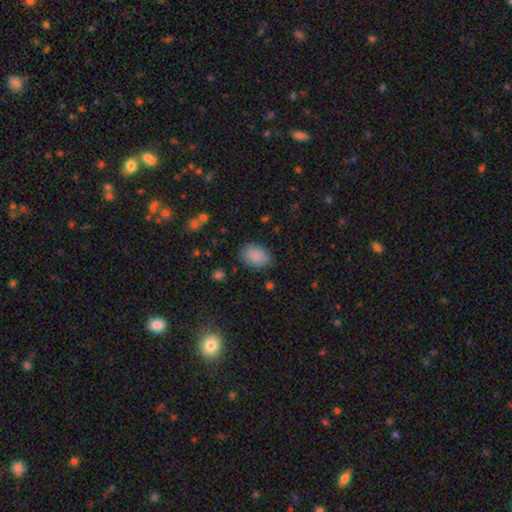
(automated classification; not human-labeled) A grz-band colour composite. It shows a smooth galaxy with no disk features (88%) that is in between round and cigar-shaped (79%). Merging: none (83%).